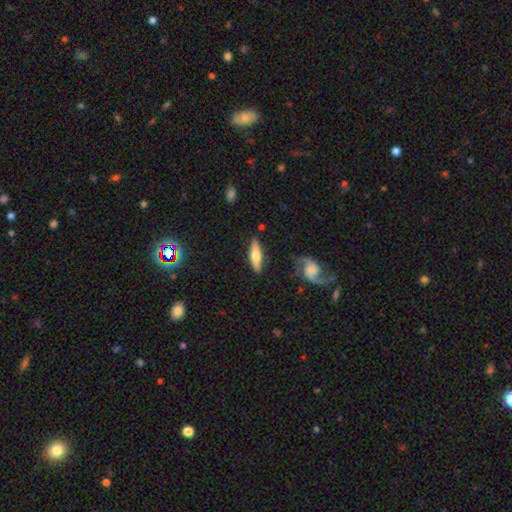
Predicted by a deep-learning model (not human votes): A featured or disk galaxy (54%) viewed edge-on (84%). Merging: none (83%).